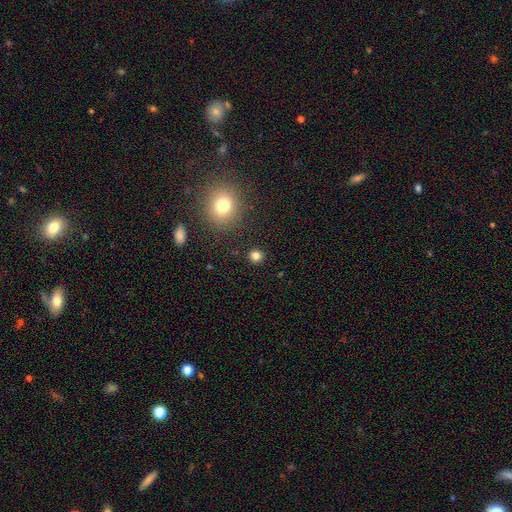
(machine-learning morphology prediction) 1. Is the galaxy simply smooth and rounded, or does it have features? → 81% smooth, 15% star or artifact, 5% featured or disk.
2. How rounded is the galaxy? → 88% round, 11% in between, 1% cigar-shaped.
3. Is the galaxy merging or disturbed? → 89% none, 6% minor disturbance, 3% merger, 2% major disturbance.